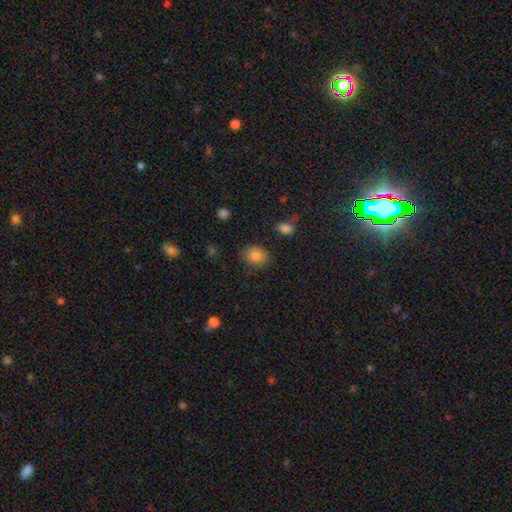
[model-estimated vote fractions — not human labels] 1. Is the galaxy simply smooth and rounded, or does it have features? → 85% smooth, 9% star or artifact, 6% featured or disk.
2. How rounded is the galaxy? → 55% in between, 44% round, 1% cigar-shaped.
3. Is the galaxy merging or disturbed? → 80% none, 14% minor disturbance, 4% major disturbance, 2% merger.